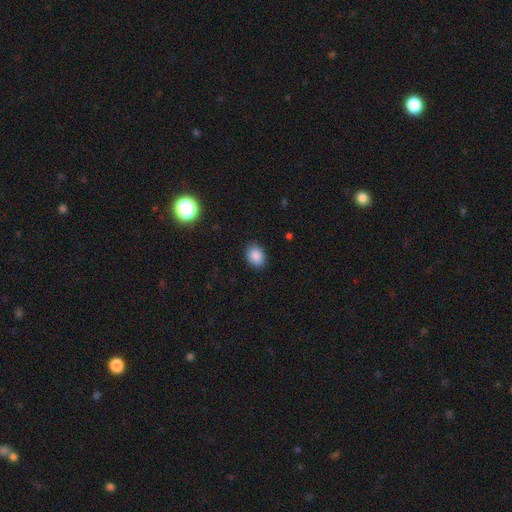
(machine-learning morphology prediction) Smooth or featured? Predicted: smooth (p=0.87). How rounded? Predicted: in between (p=0.61). Merging? Predicted: none (p=0.87).